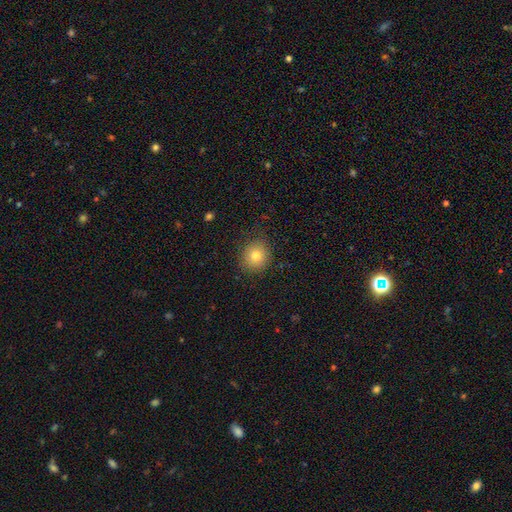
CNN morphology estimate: A smooth galaxy with no disk features (79%) that is round (85%). Merging: none (86%).